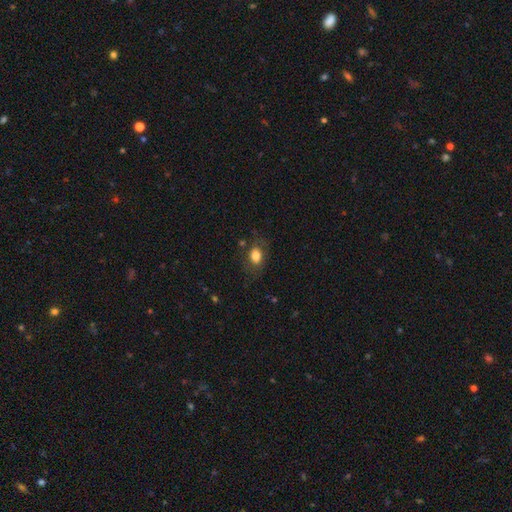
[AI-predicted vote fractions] This appears to be a smooth galaxy with no disk features (79%) that is in between round and cigar-shaped (69%). Merging: none (69%).